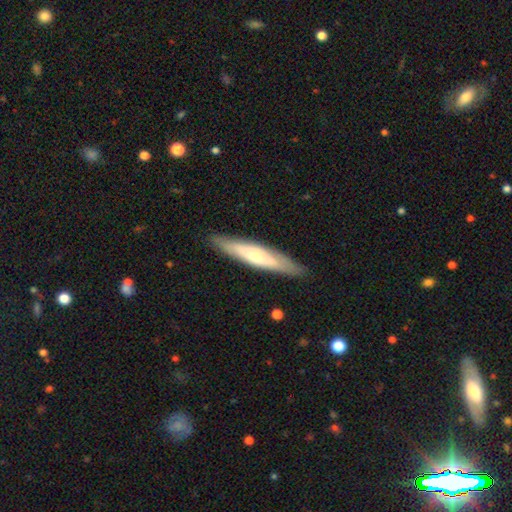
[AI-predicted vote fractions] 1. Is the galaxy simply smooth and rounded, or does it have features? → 50% featured or disk, 45% smooth, 5% star or artifact.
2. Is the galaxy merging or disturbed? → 87% none, 9% minor disturbance, 2% major disturbance, 1% merger.